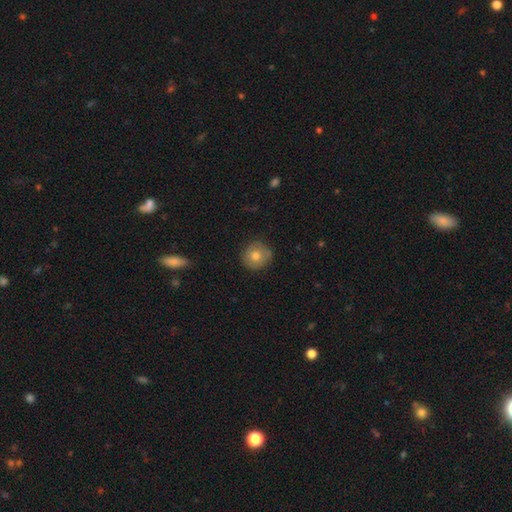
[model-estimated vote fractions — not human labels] This appears to be a smooth galaxy with no disk features (72%) that is round (93%). Merging: none (84%).